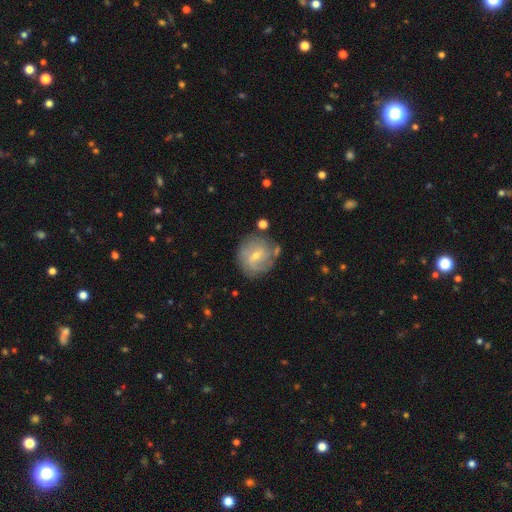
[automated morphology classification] smooth-or-featured: featured or disk: 65% | smooth: 26% | star or artifact: 9%
  disk-edge-on: no: 97% | yes: 3%
    bar: weak: 52% | no: 36% | strong: 12%
    has-spiral-arms: yes: 81% | no: 19%
      spiral-winding: tight: 50% | medium: 34% | loose: 16%
      spiral-arm-count: can't tell: 41% | 2: 29% | 3: 14% | 4: 6% | 1: 6% | more than 4: 4%
    bulge-size: small: 58% | moderate: 38% | none: 1% | large: 1% | dominant: 1%
  merging: none: 73% | minor disturbance: 16% | major disturbance: 6% | merger: 5%